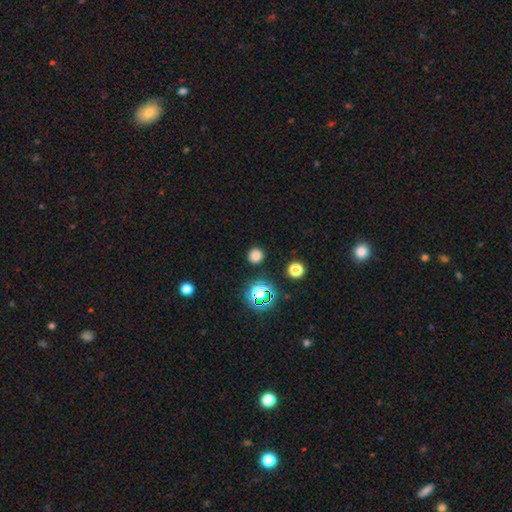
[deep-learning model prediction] A smooth galaxy with no disk features (76%) that is round (92%). Merging: none (90%).